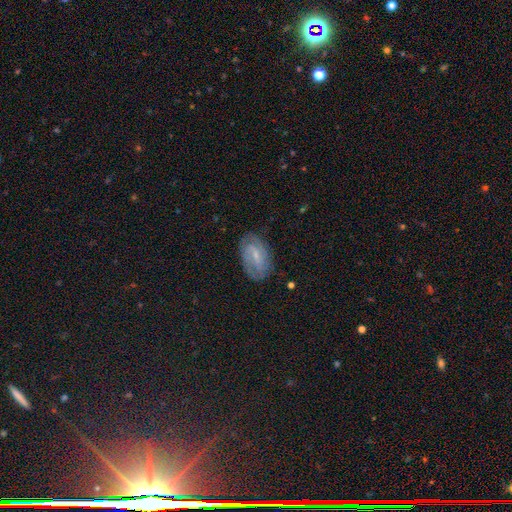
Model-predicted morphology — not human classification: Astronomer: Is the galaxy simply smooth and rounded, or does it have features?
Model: featured or disk — 72%.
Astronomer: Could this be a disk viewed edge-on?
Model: no — 96%.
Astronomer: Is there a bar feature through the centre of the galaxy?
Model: weak — 56%.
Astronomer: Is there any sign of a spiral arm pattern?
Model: yes — 89%.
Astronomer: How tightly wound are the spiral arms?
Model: tight — 43% (runner-up: medium, 41%).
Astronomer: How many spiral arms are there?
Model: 2 — 61%.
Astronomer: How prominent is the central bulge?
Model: small — 66%.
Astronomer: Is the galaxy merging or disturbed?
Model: none — 75%.